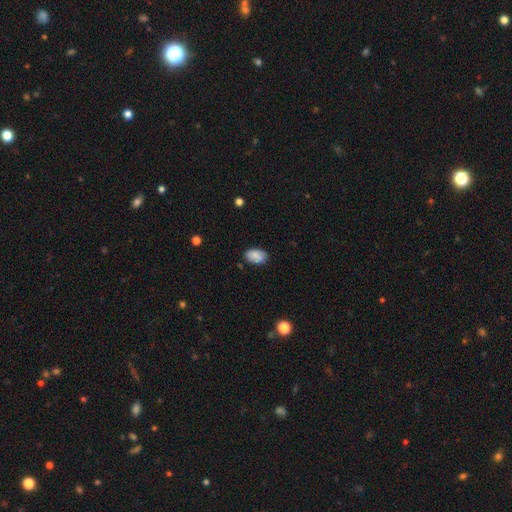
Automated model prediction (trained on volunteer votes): Q: Smooth or featured?
A: smooth (84%); runner-up: featured or disk (8%)
Q: How rounded?
A: in between (92%); runner-up: round (7%)
Q: Merging?
A: none (79%); runner-up: minor disturbance (16%)